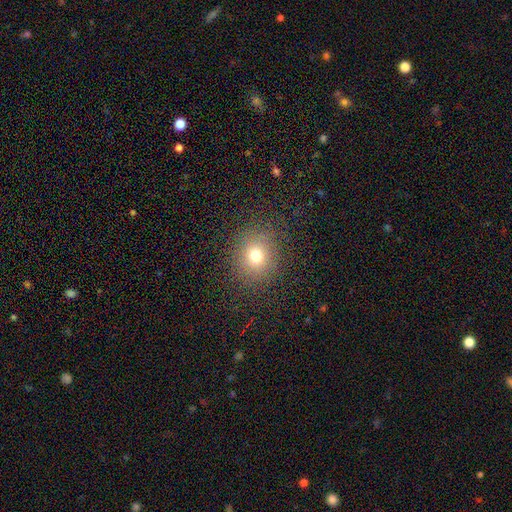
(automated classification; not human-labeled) Smooth or featured? smooth (73%)
How rounded? round (79%)
Merging? none (86%)